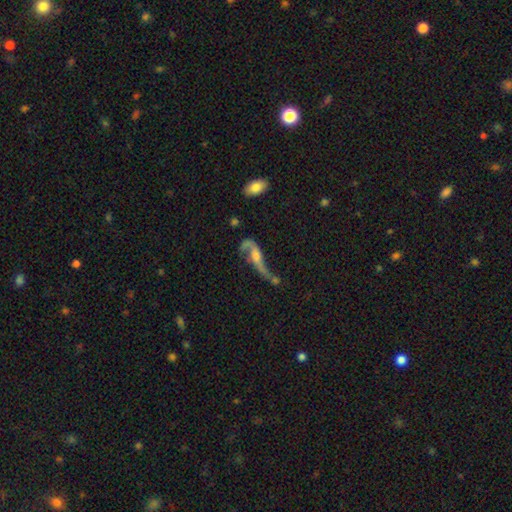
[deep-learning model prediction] smooth-or-featured: featured or disk: 75% | smooth: 16% | star or artifact: 9%
  disk-edge-on: no: 83% | yes: 17%
    bar: no: 56% | weak: 33% | strong: 11%
    has-spiral-arms: yes: 85% | no: 15%
      spiral-winding: loose: 87% | medium: 10% | tight: 3%
      spiral-arm-count: 2: 82% | 1: 11% | can't tell: 4% | 3: 1% | 4: 1% | more than 4: 1%
    bulge-size: moderate: 39% | small: 35% | none: 15% | large: 8% | dominant: 2%
  merging: major disturbance: 31% (tied) | none: 31% (tied) | merger: 21% | minor disturbance: 18%